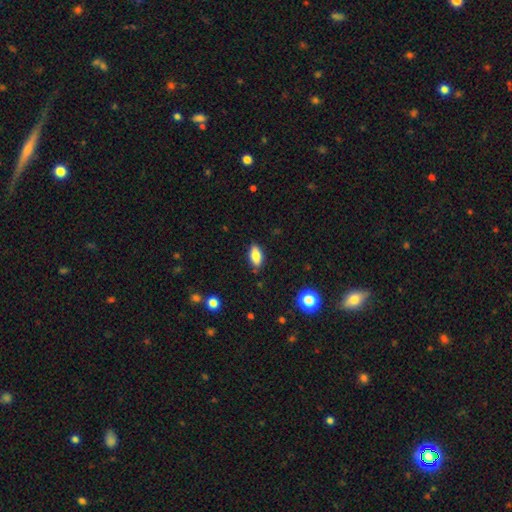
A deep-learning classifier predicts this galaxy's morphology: A smooth galaxy with no disk features (82%) that is in between round and cigar-shaped (86%).

Vote fractions:
- Smooth or featured? smooth: 82% / featured or disk: 11% / star or artifact: 8%
- How rounded? in between: 86% / cigar-shaped: 11% / round: 3%
- Merging? none: 85% / minor disturbance: 11% / major disturbance: 2% / merger: 1%